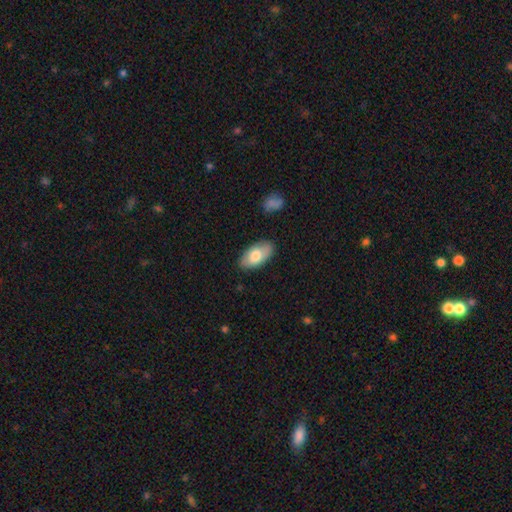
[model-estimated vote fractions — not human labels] This is likely a smooth galaxy (74%). How rounded: clearly in between (94%). Merging: clearly none (82%).